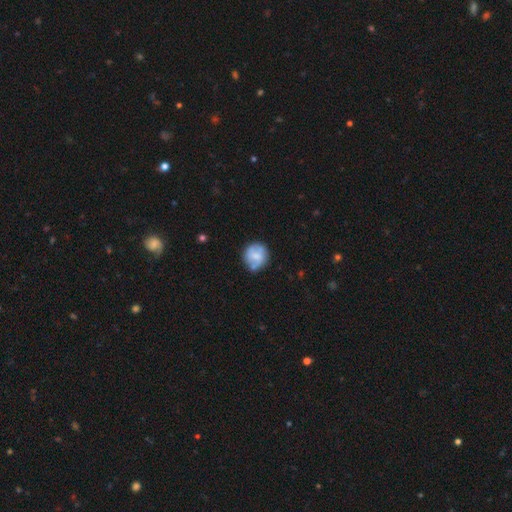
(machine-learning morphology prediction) A smooth galaxy with no disk features (50%) that is round (82%). Merging: none (63%).